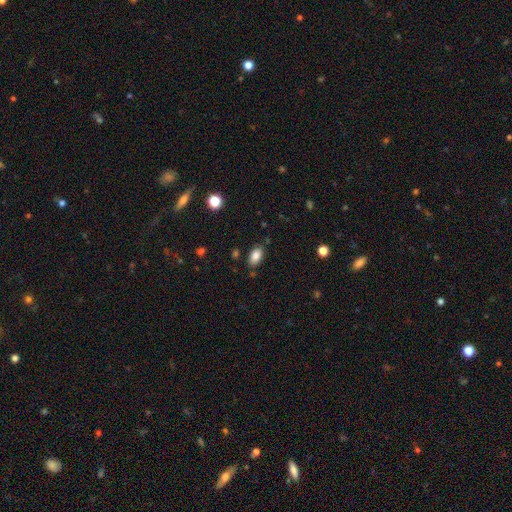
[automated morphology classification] smooth 85%, star or artifact 9%, featured or disk 6%. Down the decision tree: how rounded — in between (92%); merging — none (82%).